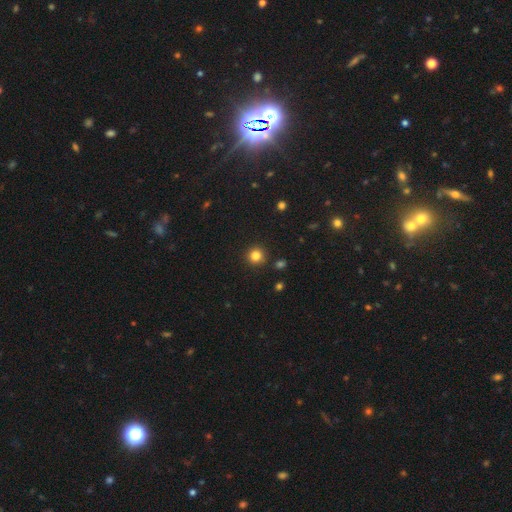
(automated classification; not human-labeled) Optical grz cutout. It shows a smooth galaxy with no disk features (82%) that is round (94%). Merging: none (90%).